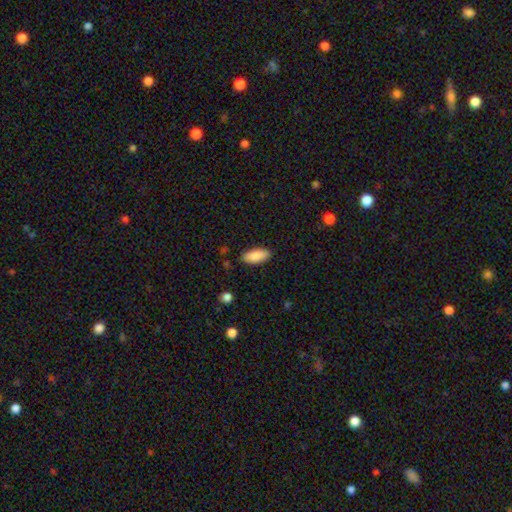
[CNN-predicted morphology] A smooth galaxy with no disk features (87%) that is in between round and cigar-shaped (84%).

Vote fractions:
- Smooth or featured? smooth: 87% / featured or disk: 6% / star or artifact: 6%
- How rounded? in between: 84% / cigar-shaped: 14% / round: 2%
- Merging? none: 87% / minor disturbance: 9% / major disturbance: 2% / merger: 1%